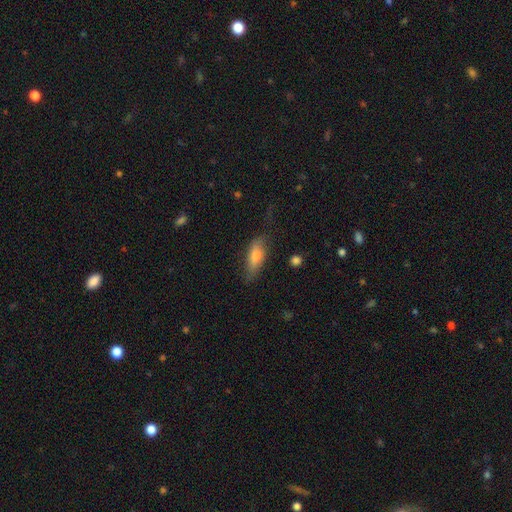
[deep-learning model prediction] The model was most divided on "merging": none: 62%, minor disturbance: 26%, major disturbance: 11%, merger: 2%. More confident: smooth or featured — smooth (69%); how rounded — in between (67%).